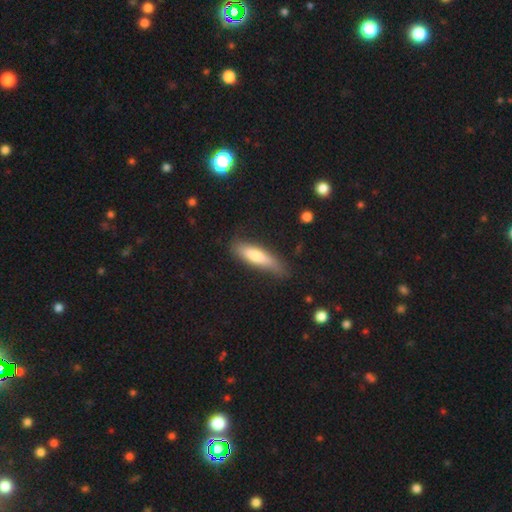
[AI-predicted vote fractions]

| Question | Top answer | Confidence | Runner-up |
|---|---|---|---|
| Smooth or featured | smooth | 71% | featured or disk (23%) |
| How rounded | cigar-shaped | 70% | in between (29%) |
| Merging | none | 70% | minor disturbance (23%) |